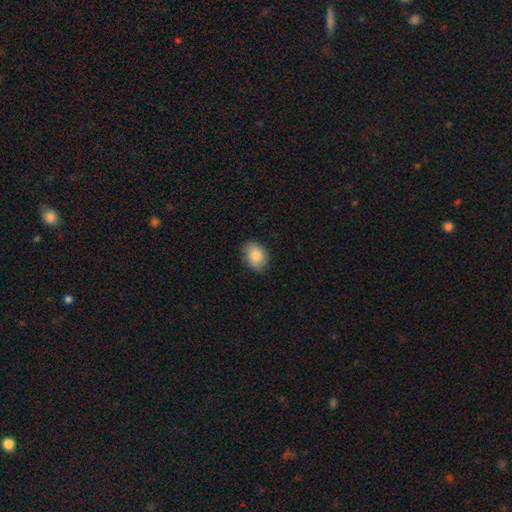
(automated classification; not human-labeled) This is clearly a smooth galaxy (85%). How rounded: likely in between (73%). Merging: likely none (80%).